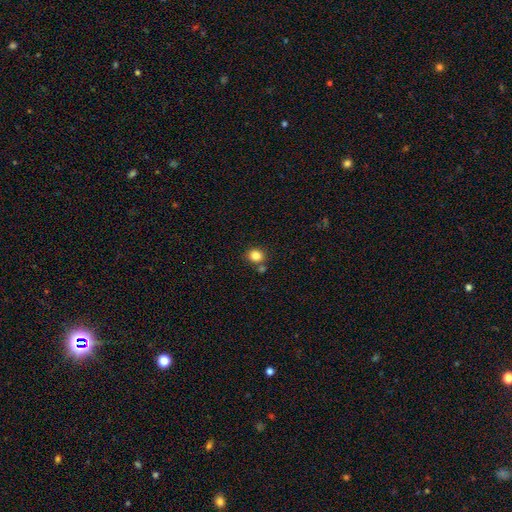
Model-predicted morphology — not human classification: Q: Smooth or featured?
A: smooth (84%); runner-up: star or artifact (11%)
Q: How rounded?
A: round (74%); runner-up: in between (25%)
Q: Merging?
A: none (72%); runner-up: merger (14%)